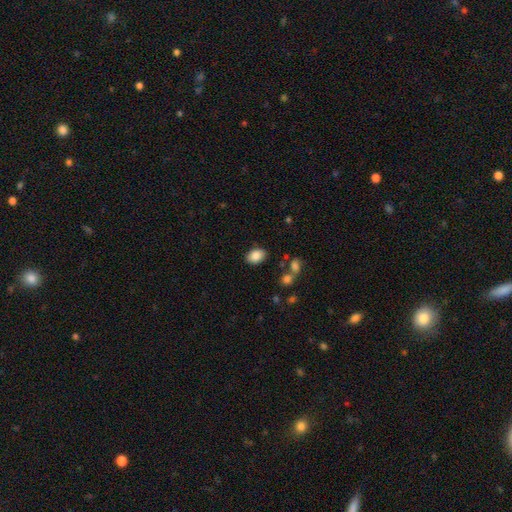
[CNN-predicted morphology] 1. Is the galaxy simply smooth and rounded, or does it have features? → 87% smooth, 8% star or artifact, 5% featured or disk.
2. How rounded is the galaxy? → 83% in between, 16% round, 1% cigar-shaped.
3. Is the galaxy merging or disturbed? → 82% none, 11% minor disturbance, 3% merger, 3% major disturbance.